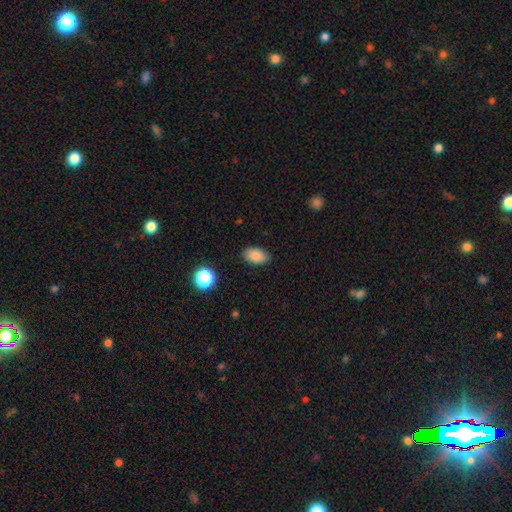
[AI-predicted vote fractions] Overall: smooth (85%). How rounded: in between (90%). Merging: none (86%).